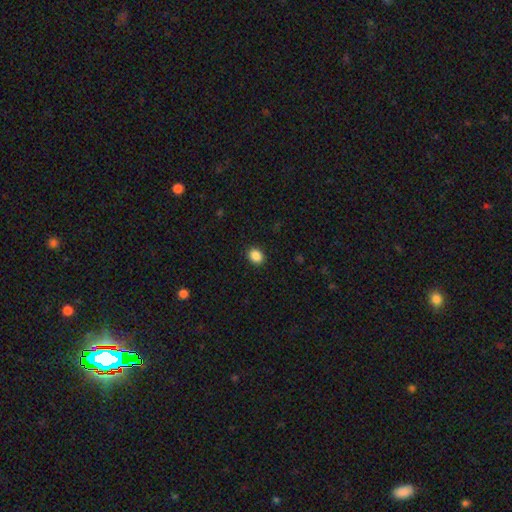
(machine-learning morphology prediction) The model was most divided on "how rounded": in between: 51%, round: 49%, cigar-shaped: 1%. More confident: merging — none (91%); smooth or featured — smooth (88%).